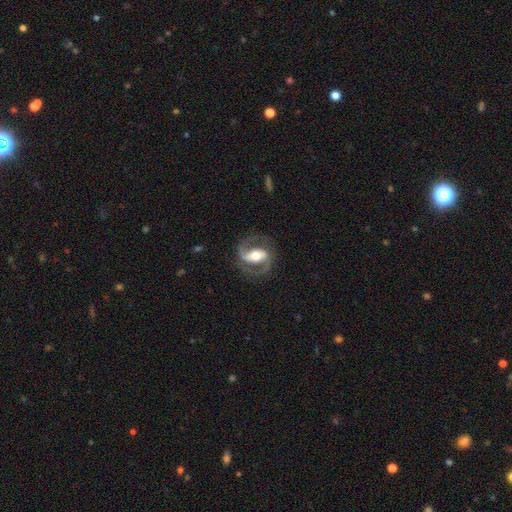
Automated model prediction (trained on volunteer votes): This is clearly a featured or disk galaxy (88%). It is clearly not viewed edge-on (96%). Bar: possibly strong (52%). Spiral arm pattern: clearly yes (95%). Spiral arm count: clearly 2 (92%). Spiral winding: possibly medium (57%). Central bulge: likely moderate (67%). Merging: likely none (79%).